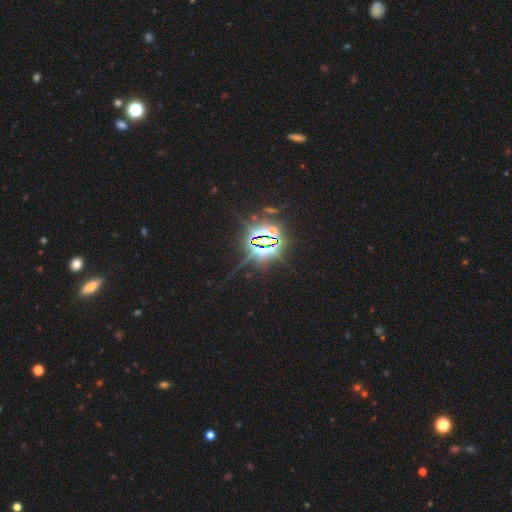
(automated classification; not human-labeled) The model was most divided on "smooth or featured": star or artifact: 86%, featured or disk: 7%, smooth: 7%.